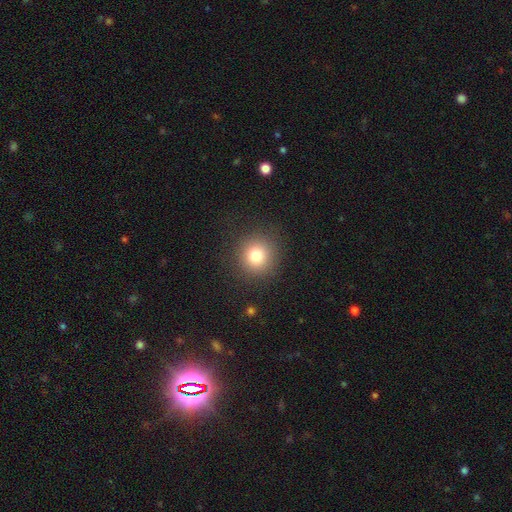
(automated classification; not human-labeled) smooth 79%, star or artifact 13%, featured or disk 8%. Down the decision tree: how rounded — round (91%); merging — none (89%).